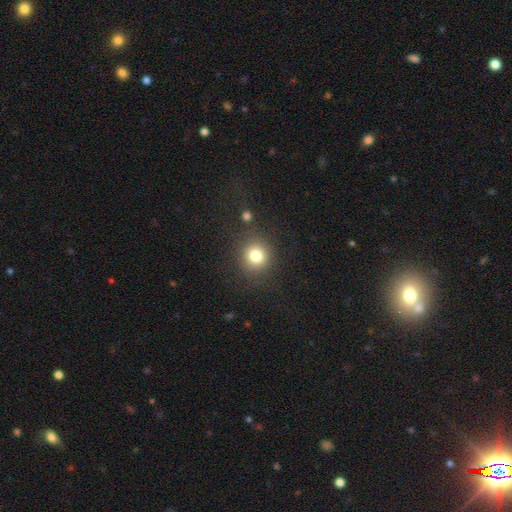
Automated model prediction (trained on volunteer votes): smooth-or-featured: smooth: 80% | star or artifact: 13% | featured or disk: 7%
  how-rounded: round: 87% | in between: 12% | cigar-shaped: 1%
  merging: none: 83% | minor disturbance: 9% | major disturbance: 4% | merger: 4%